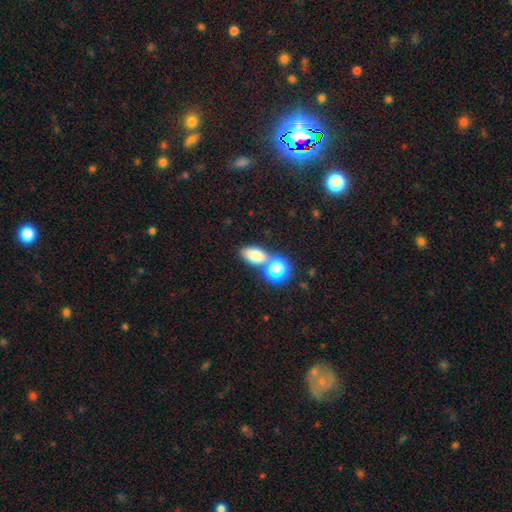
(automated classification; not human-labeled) This is likely a smooth galaxy (74%). How rounded: likely in between (76%). Merging: possibly none (57%).